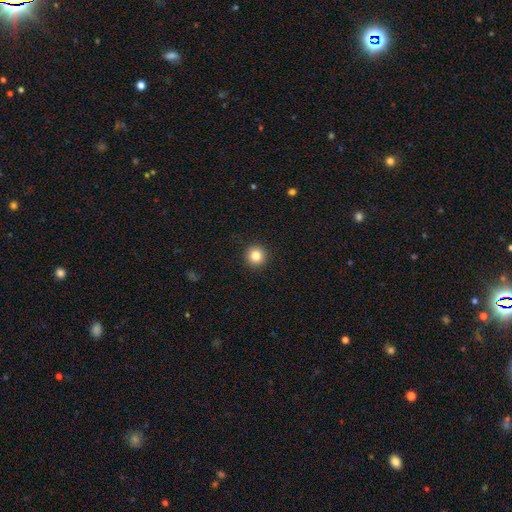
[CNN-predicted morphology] This appears to be a smooth galaxy with no disk features (84%) that is round (95%). Merging: none (93%).